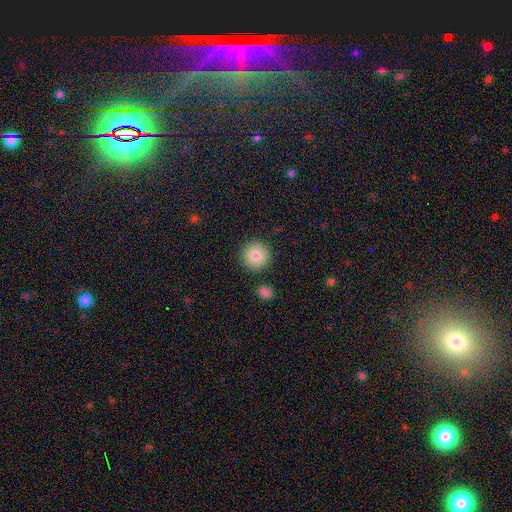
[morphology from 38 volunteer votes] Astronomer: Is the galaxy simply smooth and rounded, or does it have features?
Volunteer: smooth — 92%.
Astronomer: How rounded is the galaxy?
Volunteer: round — 97%.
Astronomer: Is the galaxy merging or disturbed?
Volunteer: none — 92%.